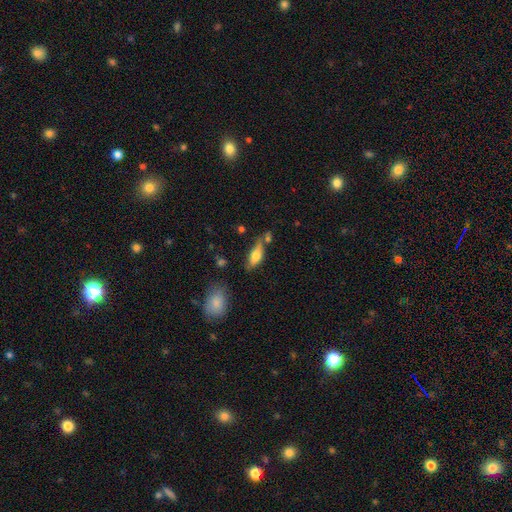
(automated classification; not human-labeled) Smooth or featured? Predicted: smooth (p=0.62). How rounded? Predicted: in between (p=0.63). Merging? Predicted: none (p=0.58).